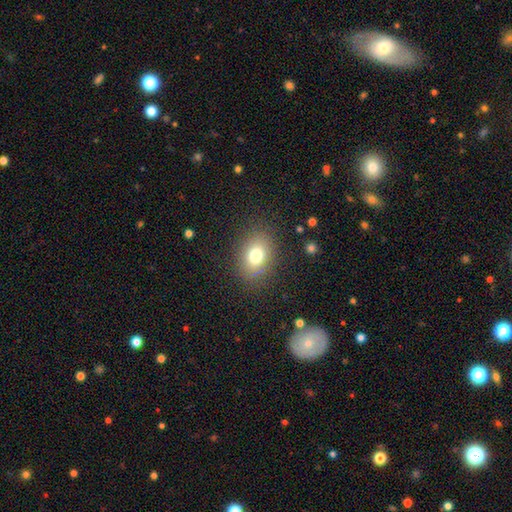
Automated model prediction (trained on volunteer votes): The model was most divided on "how rounded": in between: 72%, round: 27%, cigar-shaped: 1%. More confident: merging — none (84%); smooth or featured — smooth (77%).